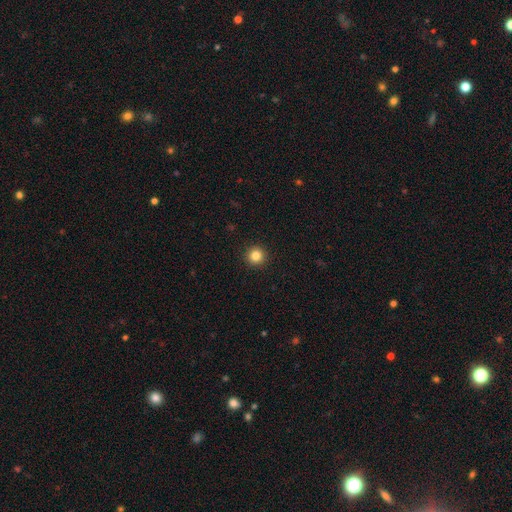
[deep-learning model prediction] A smooth galaxy with no disk features (84%) that is round (95%). Merging: none (94%).